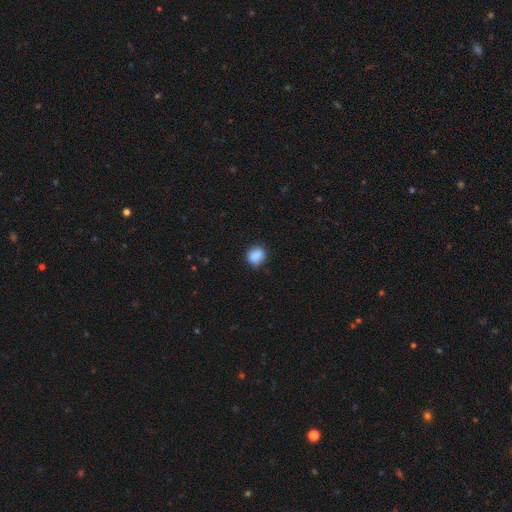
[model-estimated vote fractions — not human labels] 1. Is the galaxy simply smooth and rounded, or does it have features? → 87% smooth, 8% star or artifact, 5% featured or disk.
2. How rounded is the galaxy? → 62% round, 36% in between, 1% cigar-shaped.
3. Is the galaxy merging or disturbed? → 77% none, 18% minor disturbance, 4% major disturbance, 2% merger.